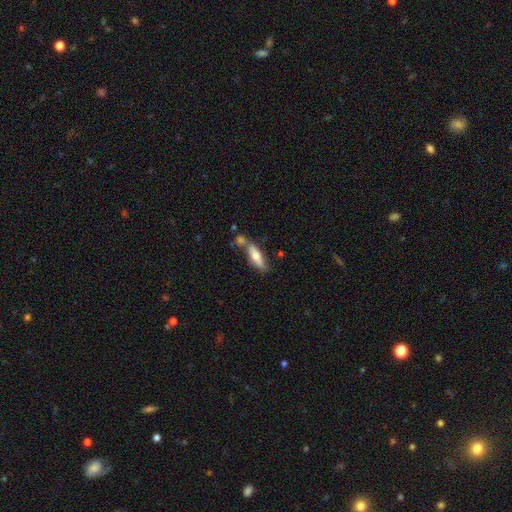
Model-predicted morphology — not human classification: Smooth or featured? Predicted: smooth (p=0.63). How rounded? Predicted: cigar-shaped (p=0.57). Merging? Predicted: none (p=0.54).